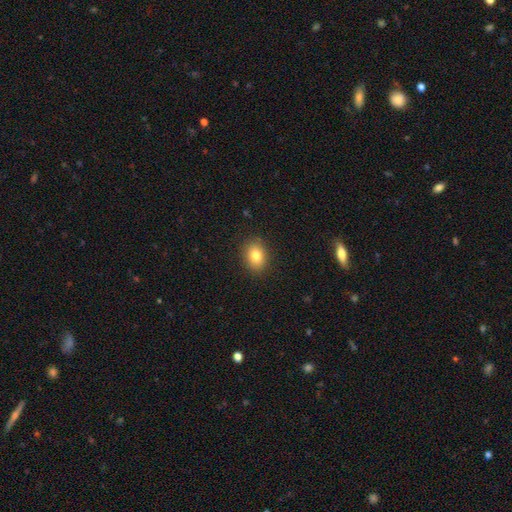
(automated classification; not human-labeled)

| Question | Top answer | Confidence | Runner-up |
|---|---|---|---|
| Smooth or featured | smooth | 81% | star or artifact (10%) |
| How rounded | in between | 62% | round (37%) |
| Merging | none | 89% | minor disturbance (8%) |